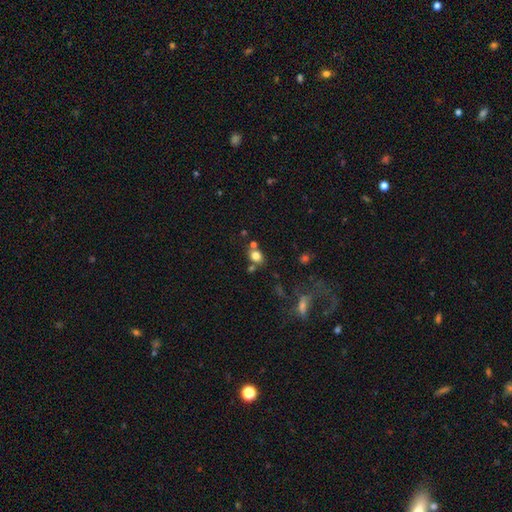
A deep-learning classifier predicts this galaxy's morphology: Overall: smooth (77%). How rounded: in between (52%; round 47%). Merging: none (64%).